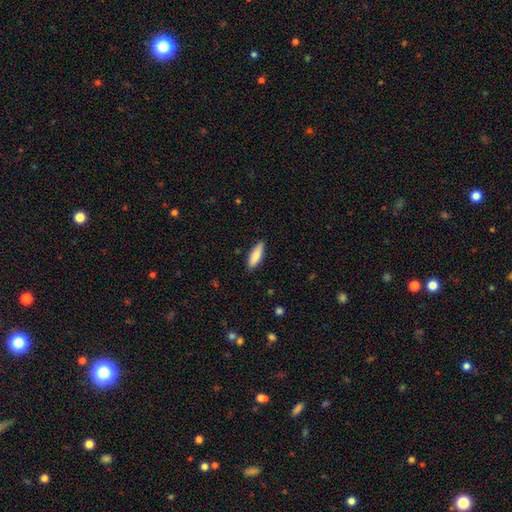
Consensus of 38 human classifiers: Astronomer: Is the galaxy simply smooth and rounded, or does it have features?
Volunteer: smooth — 89%.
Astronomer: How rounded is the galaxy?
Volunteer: cigar-shaped — 56% (runner-up: in between, 41%).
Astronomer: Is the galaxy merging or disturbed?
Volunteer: none — 82%.